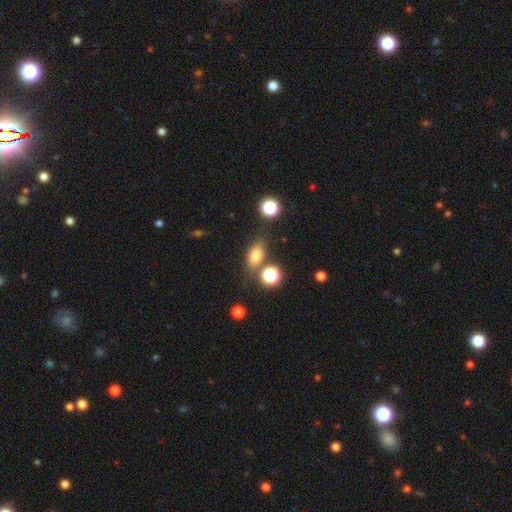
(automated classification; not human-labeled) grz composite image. It shows a smooth galaxy with no disk features (76%) that is in between round and cigar-shaped (75%). Merging: none (71%).